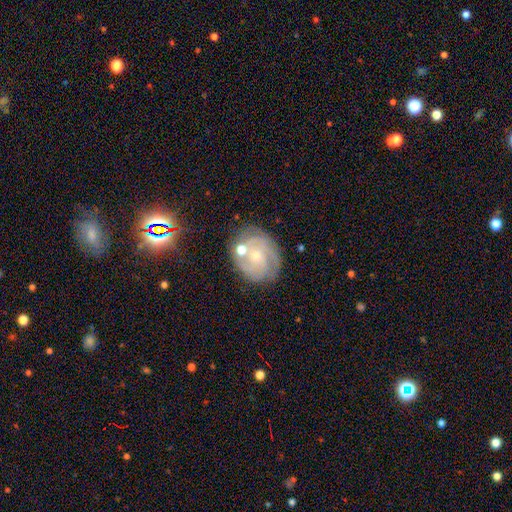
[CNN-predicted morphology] This is likely a featured or disk galaxy (77%). It is clearly not viewed edge-on (97%). Bar: likely no (68%). Spiral arm pattern: clearly yes (92%). Spiral arm count: marginally 2 (29%). Spiral winding: likely tight (60%). Central bulge: likely small (68%). Merging: likely none (67%).